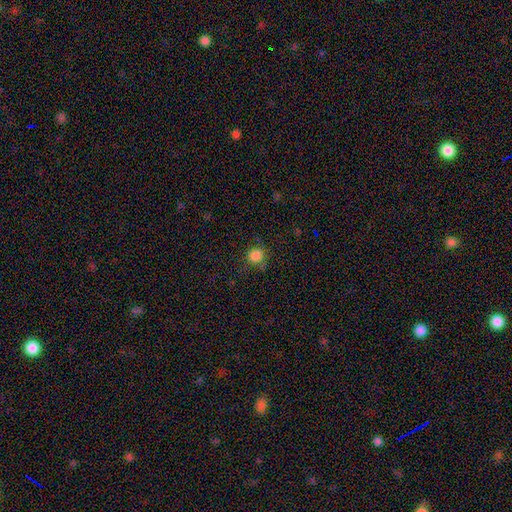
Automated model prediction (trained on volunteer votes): This appears to be a smooth galaxy with no disk features (84%) that is round (91%). Merging: none (78%).